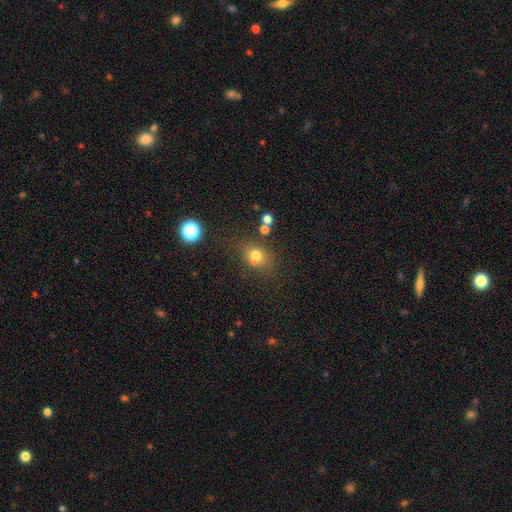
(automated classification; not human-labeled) smooth 70%, star or artifact 18%, featured or disk 13%. Down the decision tree: how rounded — round (63%); merging — none (58%).